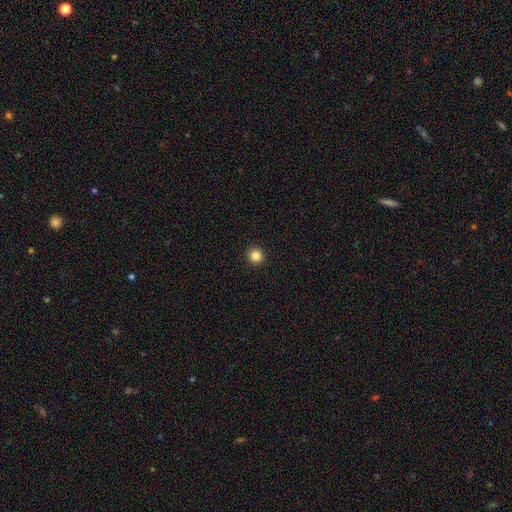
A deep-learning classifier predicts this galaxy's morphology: A smooth galaxy with no disk features (85%) that is round (96%). Merging: none (94%).